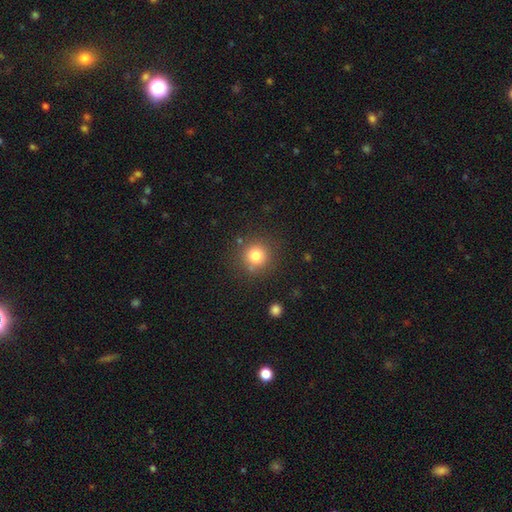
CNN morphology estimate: Smooth or featured? smooth (79%)
How rounded? round (94%)
Merging? none (85%)